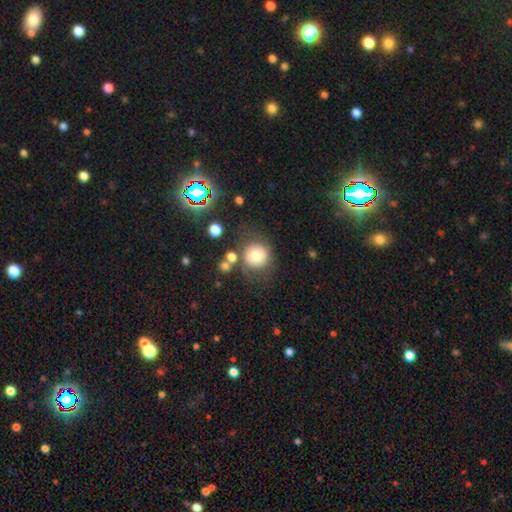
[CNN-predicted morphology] A smooth galaxy with no disk features (71%) that is round (89%).

Vote fractions:
- Smooth or featured? smooth: 71% / featured or disk: 18% / star or artifact: 11%
- How rounded? round: 89% / in between: 10% / cigar-shaped: 1%
- Merging? none: 65% / minor disturbance: 16% / major disturbance: 10% / merger: 9%